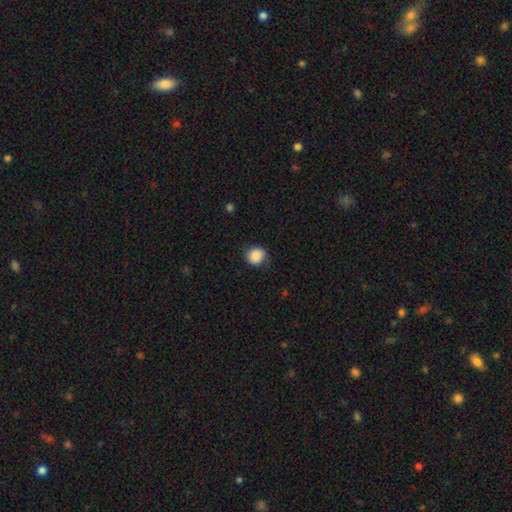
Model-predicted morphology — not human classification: smooth-or-featured: smooth: 88% | star or artifact: 8% | featured or disk: 3%
  how-rounded: round: 86% | in between: 13% | cigar-shaped: 1%
  merging: none: 84% | minor disturbance: 12% | major disturbance: 3% | merger: 1%